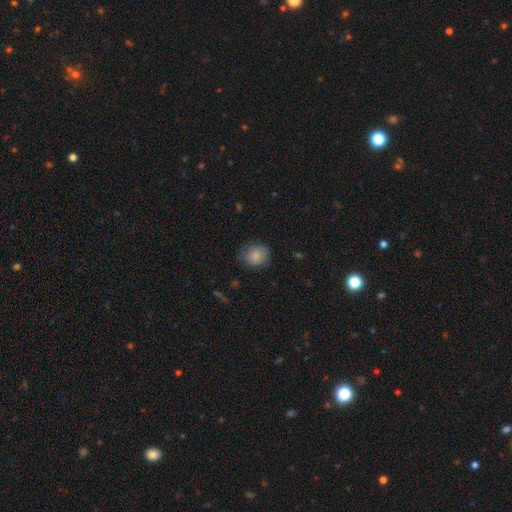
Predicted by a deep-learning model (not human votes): Overall: smooth (84%). How rounded: round (71%). Merging: none (73%).